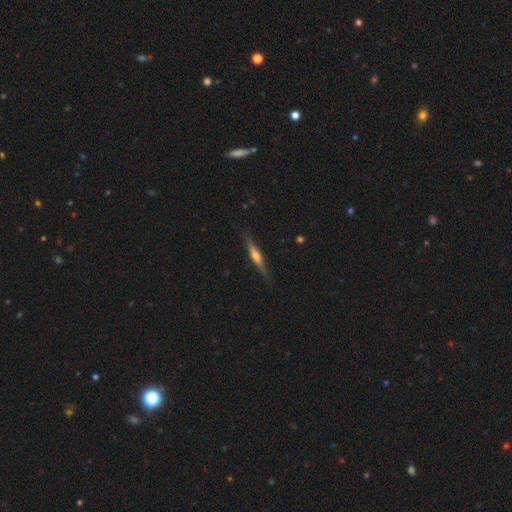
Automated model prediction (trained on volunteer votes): A featured or disk galaxy (59%) viewed edge-on (96%) with a rounded central bulge (76%). Merging: none (85%).